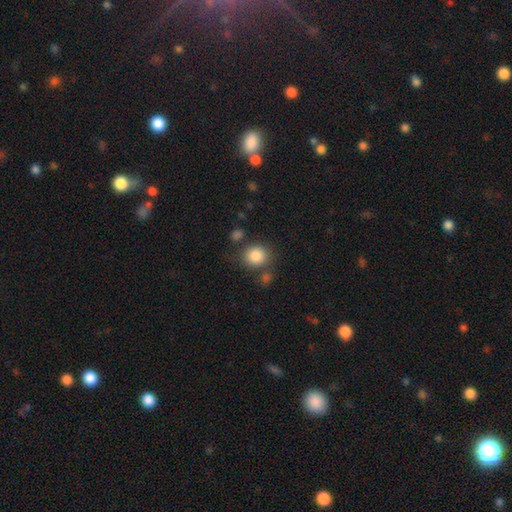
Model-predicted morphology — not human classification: This is clearly a smooth galaxy (86%). How rounded: clearly round (84%). Merging: likely none (71%).